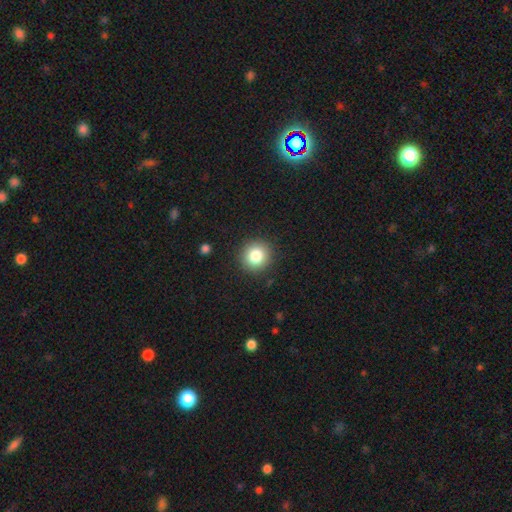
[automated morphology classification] A smooth galaxy with no disk features (82%) that is round (92%).

Vote fractions:
- Smooth or featured? smooth: 82% / star or artifact: 11% / featured or disk: 8%
- How rounded? round: 92% / in between: 7% / cigar-shaped: 1%
- Merging? none: 90% / minor disturbance: 6% / major disturbance: 2% / merger: 1%